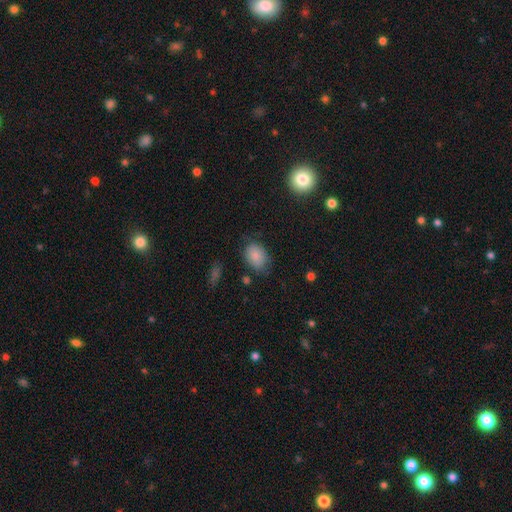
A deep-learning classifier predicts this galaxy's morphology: smooth 84%, star or artifact 9%, featured or disk 7%. Down the decision tree: how rounded — in between (67%); merging — none (68%).